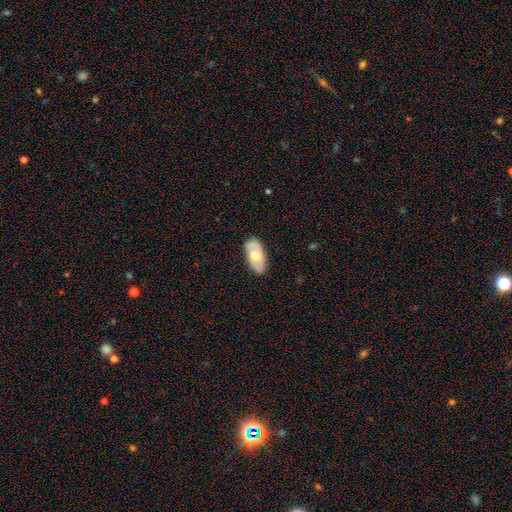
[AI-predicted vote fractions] Smooth or featured? Predicted: smooth (p=0.53). How rounded? Predicted: in between (p=0.93). Merging? Predicted: none (p=0.81).